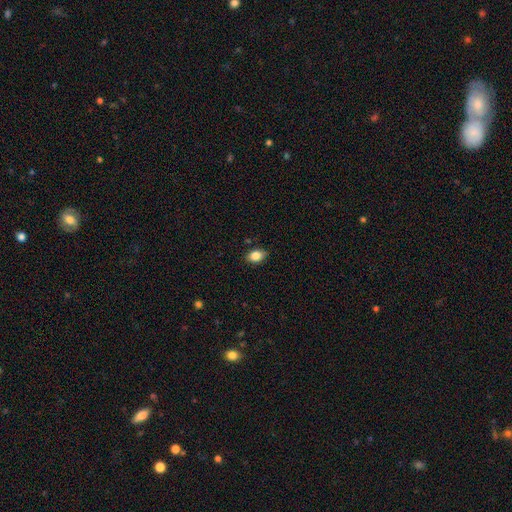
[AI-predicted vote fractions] smooth-or-featured: smooth: 85% | star or artifact: 9% | featured or disk: 7%
  how-rounded: in between: 79% | round: 20% | cigar-shaped: 1%
  merging: none: 83% | minor disturbance: 13% | major disturbance: 2% | merger: 1%